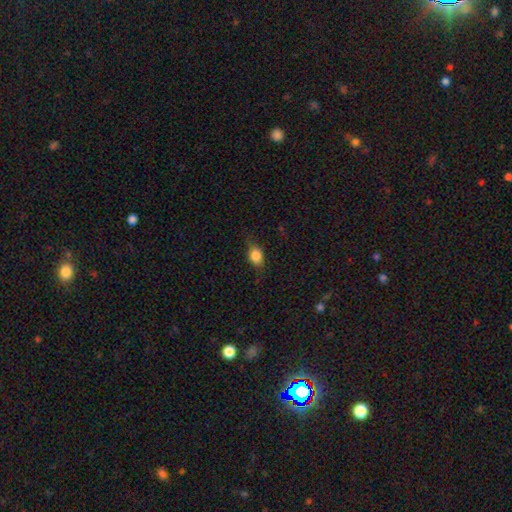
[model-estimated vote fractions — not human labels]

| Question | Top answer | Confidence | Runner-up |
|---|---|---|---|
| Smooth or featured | smooth | 81% | featured or disk (10%) |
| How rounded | in between | 64% | round (32%) |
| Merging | none | 70% | minor disturbance (23%) |